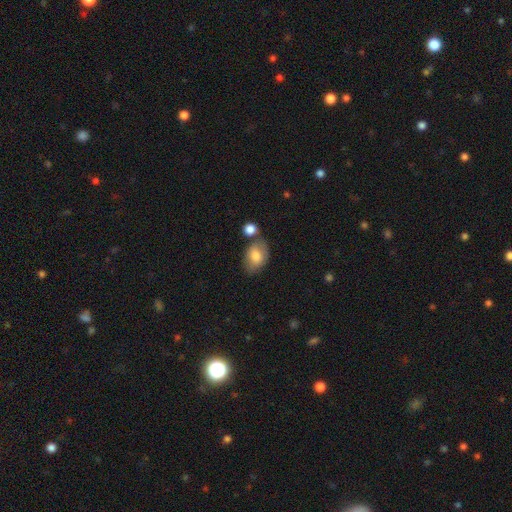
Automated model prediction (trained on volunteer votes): smooth_or_featured: smooth (p=0.77) [alt: featured or disk p=0.16]
how_rounded: in between (p=0.84) [alt: round p=0.15]
merging: none (p=0.60) [alt: minor disturbance p=0.19]